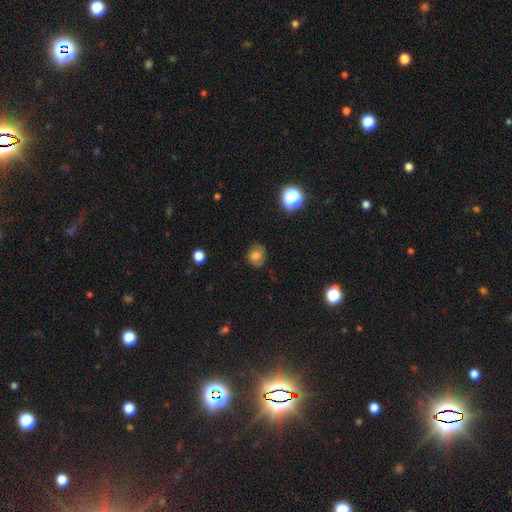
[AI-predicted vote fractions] Smooth or featured?
  - smooth: 71% *
  - featured or disk: 16%
  - star or artifact: 13%
How rounded?
  - round: 66% *
  - in between: 33%
  - cigar-shaped: 1%
Merging?
  - none: 79% *
  - minor disturbance: 16%
  - major disturbance: 4%
  - merger: 1%